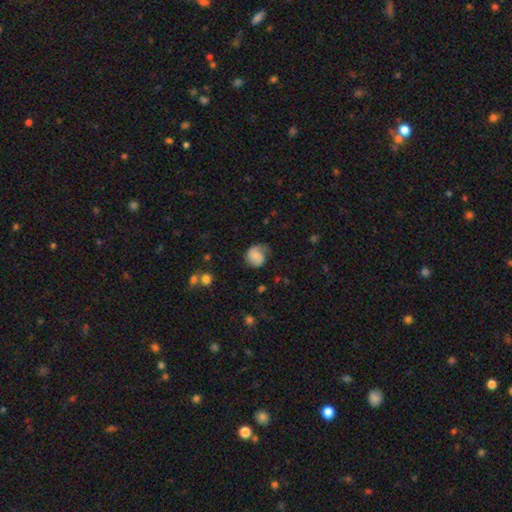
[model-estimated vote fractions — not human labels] Smooth or featured: smooth — 59% (featured or disk — 33%)
How rounded: round — 78% (in between — 21%)
Merging: none — 55% (minor disturbance — 30%)